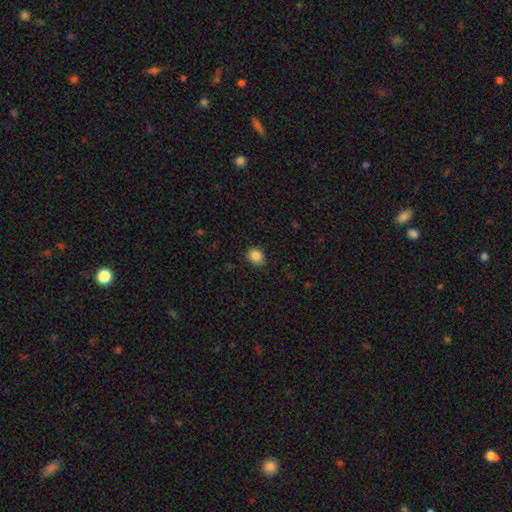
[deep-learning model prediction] Smooth or featured?
  - smooth: 87% *
  - star or artifact: 9%
  - featured or disk: 4%
How rounded?
  - in between: 54% *
  - round: 45%
  - cigar-shaped: 1%
Merging?
  - none: 83% *
  - minor disturbance: 14%
  - major disturbance: 2%
  - merger: 1%